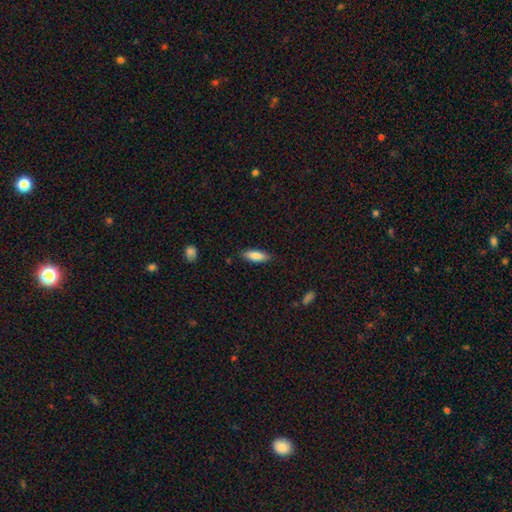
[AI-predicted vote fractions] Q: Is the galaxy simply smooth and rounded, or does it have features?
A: smooth — 84%.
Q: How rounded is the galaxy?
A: in between — 63%.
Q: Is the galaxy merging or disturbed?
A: none — 83%.